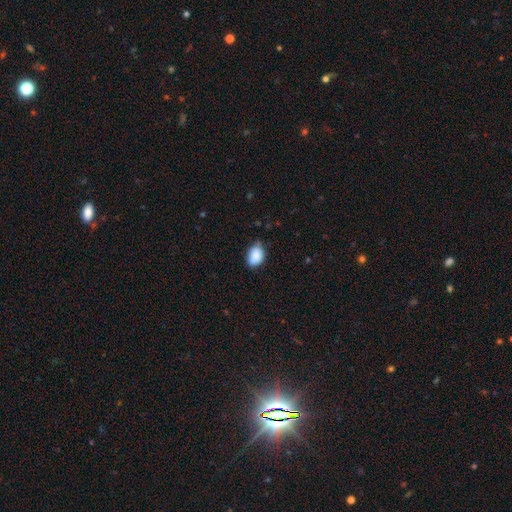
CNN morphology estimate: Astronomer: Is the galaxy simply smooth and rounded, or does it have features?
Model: smooth — 88%.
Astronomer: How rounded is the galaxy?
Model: in between — 80%.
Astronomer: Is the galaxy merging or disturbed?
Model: none — 65%.